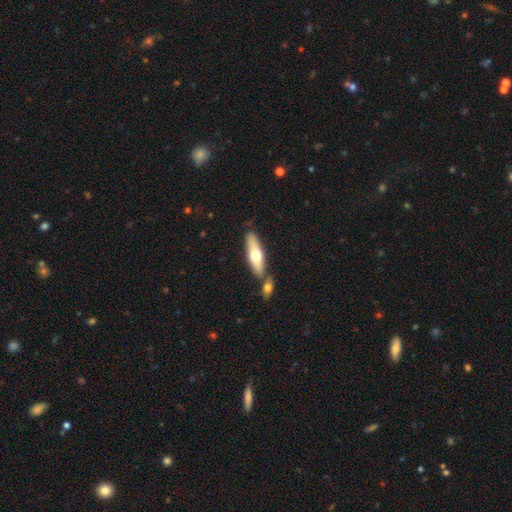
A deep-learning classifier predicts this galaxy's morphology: type=smooth (53%); roundness=cigar-shaped (56%); merging=none (63%).